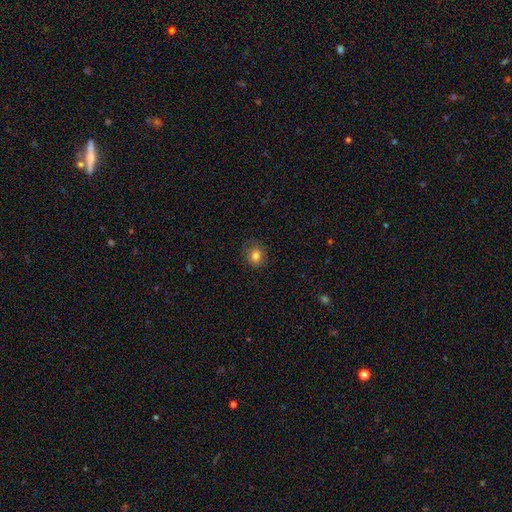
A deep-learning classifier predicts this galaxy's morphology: Q: Smooth or featured?
A: smooth (80%); runner-up: star or artifact (11%)
Q: How rounded?
A: round (67%); runner-up: in between (32%)
Q: Merging?
A: none (80%); runner-up: minor disturbance (14%)